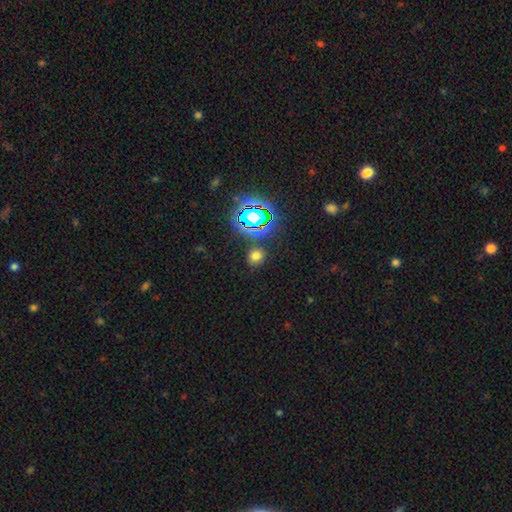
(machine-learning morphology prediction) Smooth or featured? Predicted: smooth (p=0.64). How rounded? Predicted: round (p=0.78). Merging? Predicted: none (p=0.84).